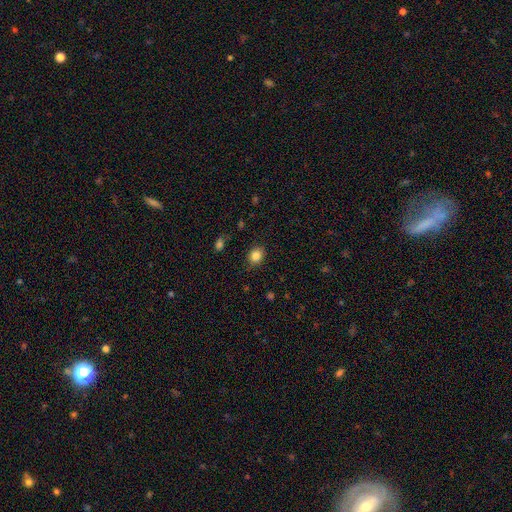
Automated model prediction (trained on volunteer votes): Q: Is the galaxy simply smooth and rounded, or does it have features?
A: smooth — 84%.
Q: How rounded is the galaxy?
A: round — 54%.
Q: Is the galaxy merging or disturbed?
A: none — 81%.